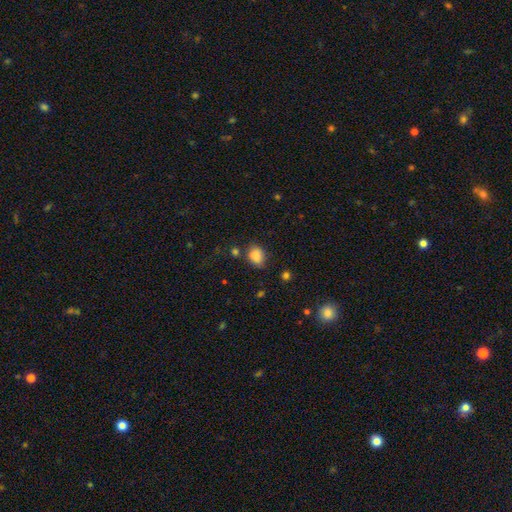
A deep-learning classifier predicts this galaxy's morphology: Smooth or featured?
  - smooth: 84% *
  - star or artifact: 10%
  - featured or disk: 5%
How rounded?
  - in between: 57% *
  - round: 42%
  - cigar-shaped: 1%
Merging?
  - none: 66% *
  - minor disturbance: 22%
  - merger: 6%
  - major disturbance: 6%